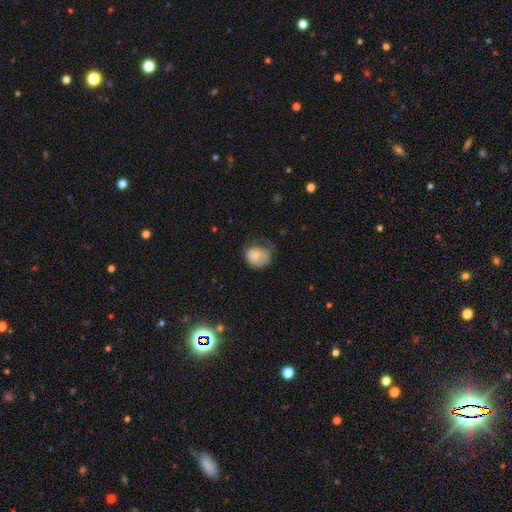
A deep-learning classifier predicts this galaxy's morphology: Q: Smooth or featured?
A: smooth (77%); runner-up: featured or disk (16%)
Q: How rounded?
A: round (60%); runner-up: in between (39%)
Q: Merging?
A: minor disturbance (35%); tied with: none (35%)